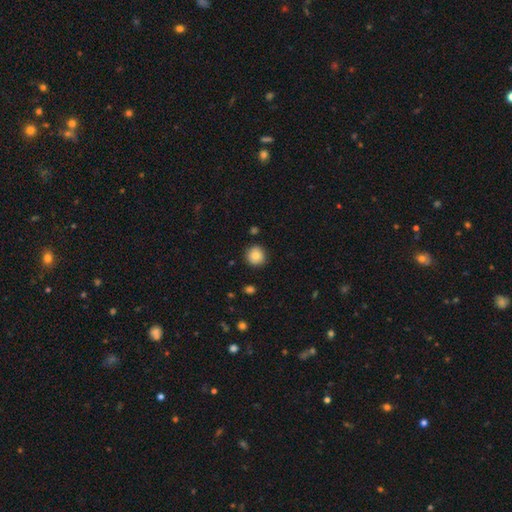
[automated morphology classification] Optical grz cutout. It shows a smooth galaxy with no disk features (81%) that is round (93%). Merging: none (88%).